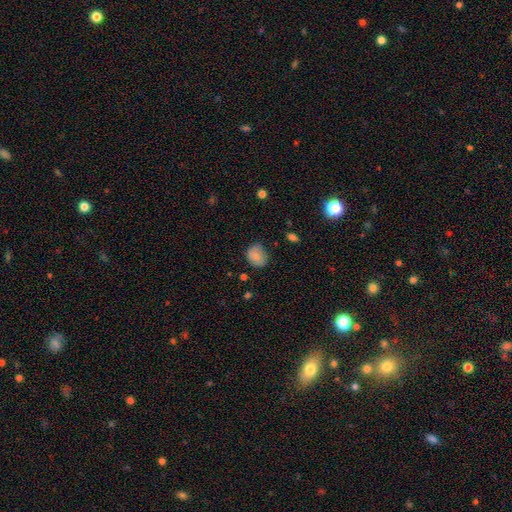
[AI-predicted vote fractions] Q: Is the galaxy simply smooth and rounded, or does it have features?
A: smooth — 83%.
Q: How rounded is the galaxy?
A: round — 57%.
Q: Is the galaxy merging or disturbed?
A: none — 65%.